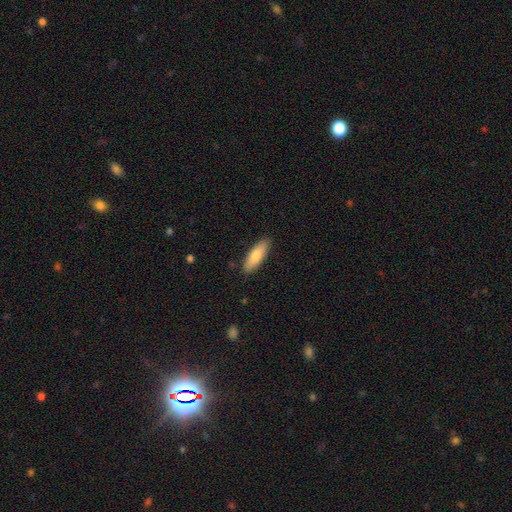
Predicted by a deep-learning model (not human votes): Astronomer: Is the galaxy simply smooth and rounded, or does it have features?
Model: smooth — 82%.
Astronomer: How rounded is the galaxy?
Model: in between — 57% (runner-up: cigar-shaped, 41%).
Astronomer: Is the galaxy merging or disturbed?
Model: none — 87%.